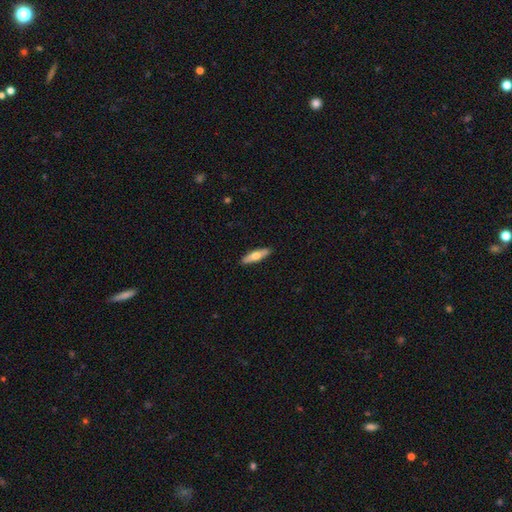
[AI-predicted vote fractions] This appears to be a smooth galaxy with no disk features (54%) that is cigar-shaped (65%). Merging: none (90%).